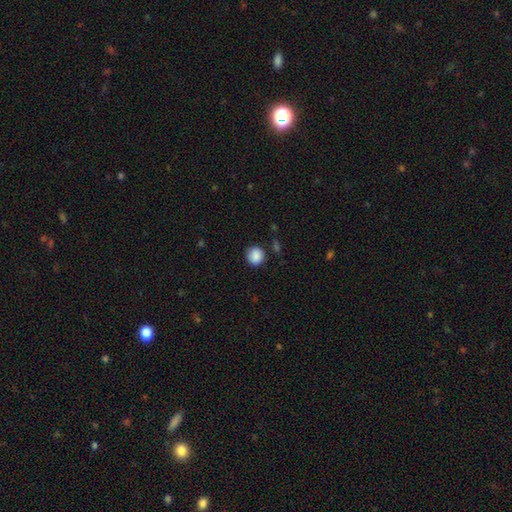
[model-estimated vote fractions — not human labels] Smooth or featured?
  - smooth: 88% *
  - star or artifact: 8%
  - featured or disk: 4%
How rounded?
  - round: 91% *
  - in between: 8%
  - cigar-shaped: 1%
Merging?
  - none: 85% *
  - minor disturbance: 10%
  - major disturbance: 3%
  - merger: 2%